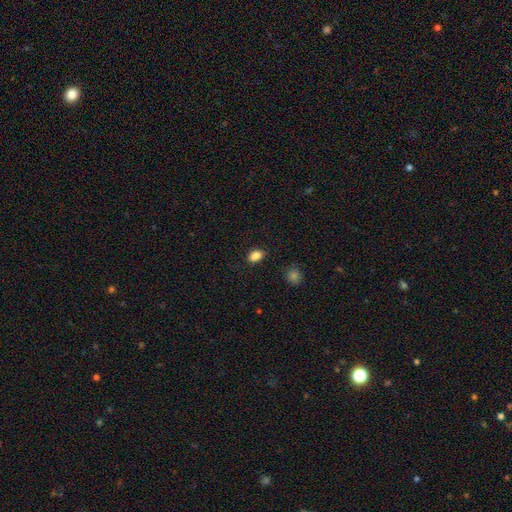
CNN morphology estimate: smooth-or-featured: smooth: 86% | star or artifact: 9% | featured or disk: 4%
  how-rounded: in between: 86% | round: 12% | cigar-shaped: 2%
  merging: none: 83% | minor disturbance: 12% | major disturbance: 3% | merger: 2%